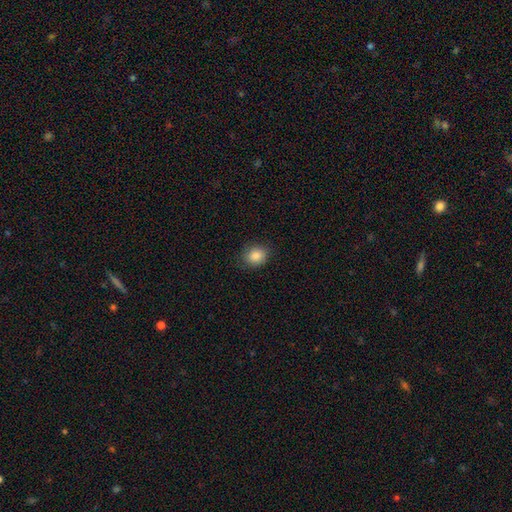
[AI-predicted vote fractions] Q: Smooth or featured?
A: smooth (86%); runner-up: star or artifact (9%)
Q: How rounded?
A: round (68%); runner-up: in between (32%)
Q: Merging?
A: none (84%); runner-up: minor disturbance (12%)